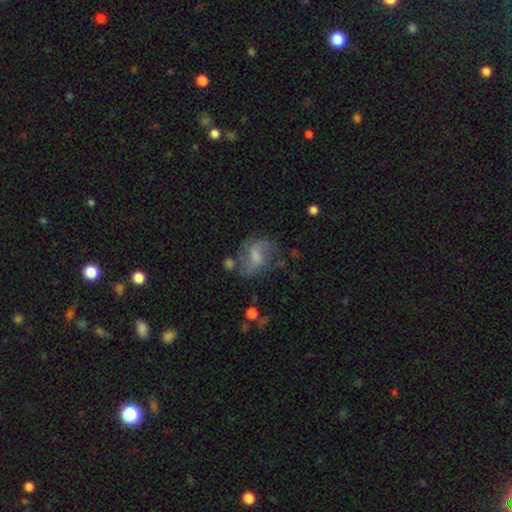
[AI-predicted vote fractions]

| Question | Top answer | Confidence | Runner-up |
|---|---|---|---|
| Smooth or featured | featured or disk | 62% | smooth (26%) |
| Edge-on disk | no | 97% | yes (3%) |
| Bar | weak | 51% | no (34%) |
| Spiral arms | yes | 82% | no (18%) |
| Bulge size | moderate | 37% | small (33%) |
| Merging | none | 59% | minor disturbance (21%) |